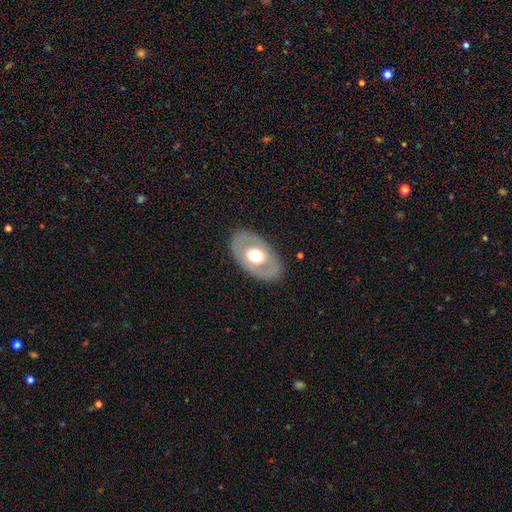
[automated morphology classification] The model was most divided on "smooth or featured": featured or disk: 52%, smooth: 42%, star or artifact: 6%. More confident: edge-on disk — no (89%); merging — none (84%).